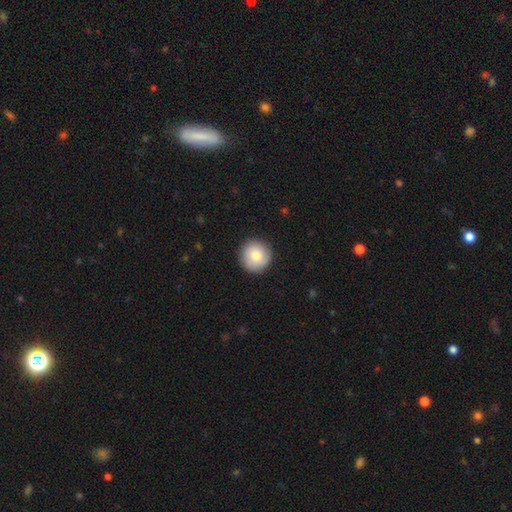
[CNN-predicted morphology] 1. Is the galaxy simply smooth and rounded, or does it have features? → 80% smooth, 13% featured or disk, 7% star or artifact.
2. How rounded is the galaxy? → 95% round, 4% in between, 1% cigar-shaped.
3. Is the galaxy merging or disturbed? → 90% none, 7% minor disturbance, 2% major disturbance, 1% merger.